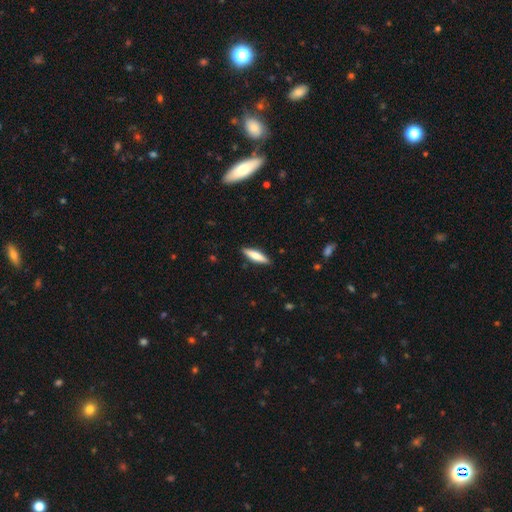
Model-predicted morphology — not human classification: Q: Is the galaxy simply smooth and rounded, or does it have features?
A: smooth — 70%.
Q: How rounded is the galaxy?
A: cigar-shaped — 70%.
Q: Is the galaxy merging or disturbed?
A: none — 89%.